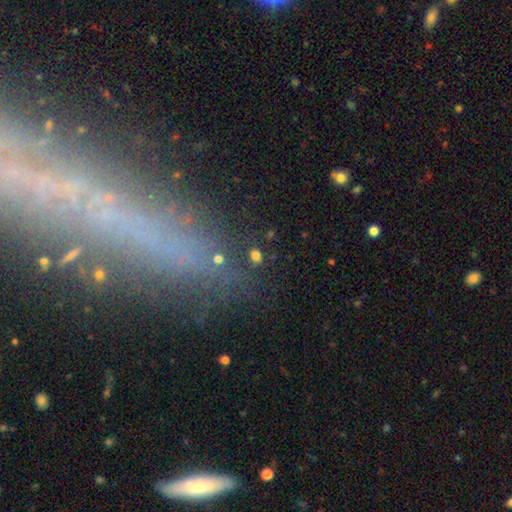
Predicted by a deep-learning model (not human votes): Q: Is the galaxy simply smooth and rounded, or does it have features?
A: smooth — 74%.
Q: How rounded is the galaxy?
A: in between — 53%.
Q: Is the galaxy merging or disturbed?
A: none — 82%.